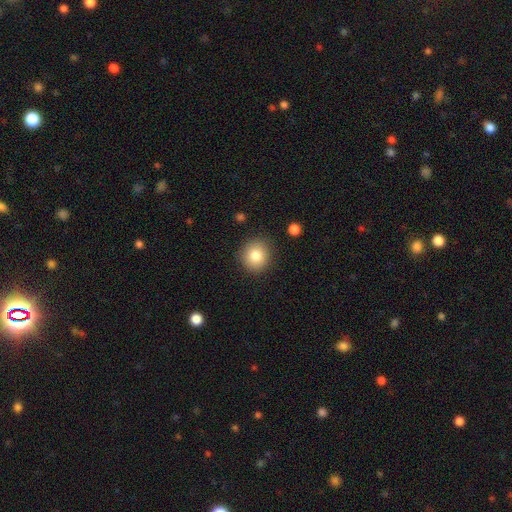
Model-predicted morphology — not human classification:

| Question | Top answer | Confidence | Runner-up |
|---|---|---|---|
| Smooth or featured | smooth | 81% | star or artifact (10%) |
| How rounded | round | 88% | in between (11%) |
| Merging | none | 88% | minor disturbance (8%) |